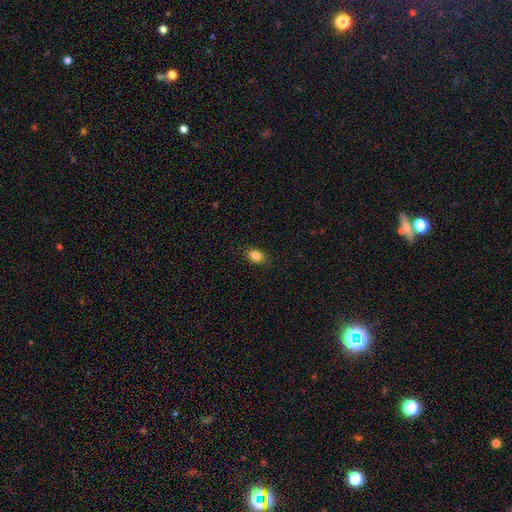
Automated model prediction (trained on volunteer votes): A smooth galaxy with no disk features (84%) that is in between round and cigar-shaped (68%).

Vote fractions:
- Smooth or featured? smooth: 84% / star or artifact: 10% / featured or disk: 6%
- How rounded? in between: 68% / round: 31% / cigar-shaped: 1%
- Merging? none: 87% / minor disturbance: 10% / major disturbance: 2% / merger: 1%